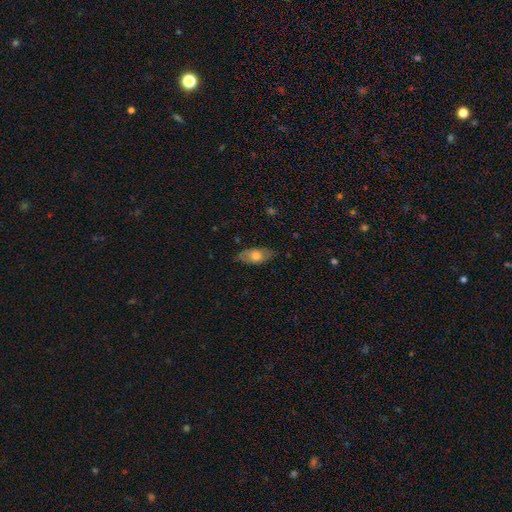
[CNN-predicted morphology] Smooth or featured? smooth (58%)
How rounded? in between (88%)
Merging? none (76%)